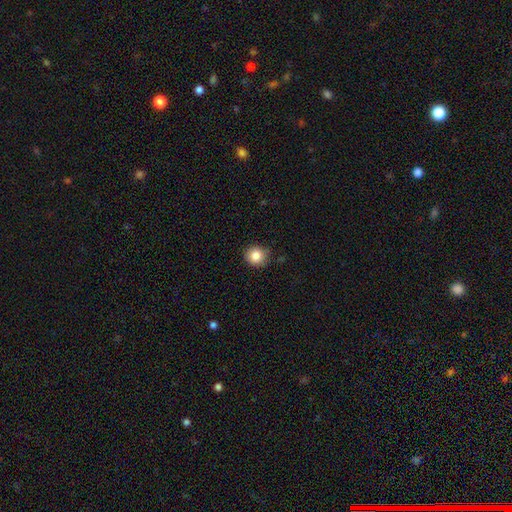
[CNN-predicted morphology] The model was most divided on "merging": none: 84%, minor disturbance: 12%, major disturbance: 2%, merger: 1%. More confident: how rounded — round (90%); smooth or featured — smooth (85%).